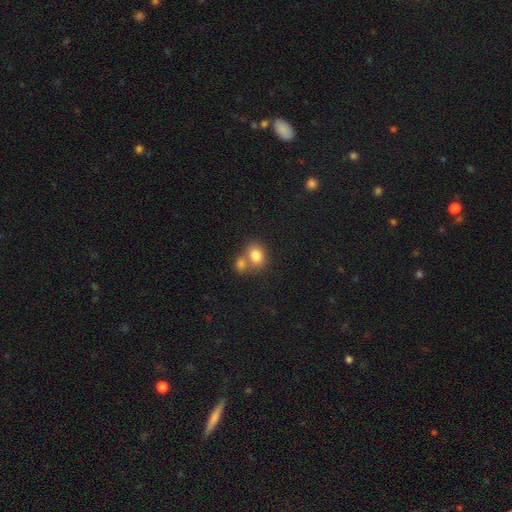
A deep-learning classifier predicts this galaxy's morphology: The model was most divided on "how rounded": round: 54%, in between: 45%, cigar-shaped: 1%. More confident: smooth or featured — smooth (81%); merging — merger (51%).